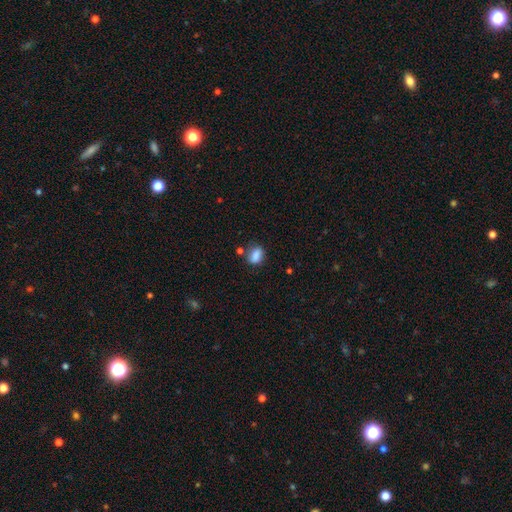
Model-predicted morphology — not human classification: This appears to be a smooth galaxy with no disk features (85%) that is in between round and cigar-shaped (72%). Merging: none (68%).